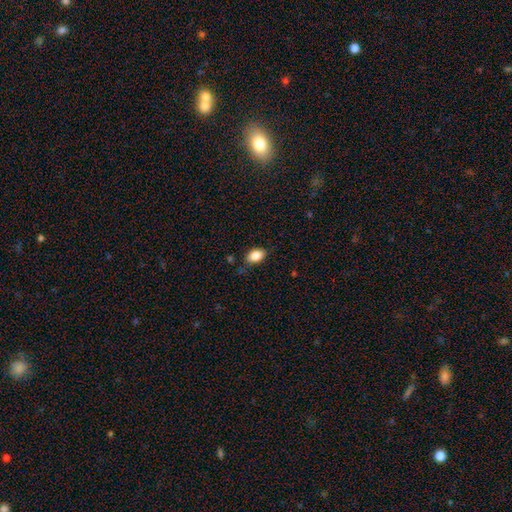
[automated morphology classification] Smooth or featured? Predicted: smooth (p=0.86). How rounded? Predicted: in between (p=0.87). Merging? Predicted: none (p=0.78).